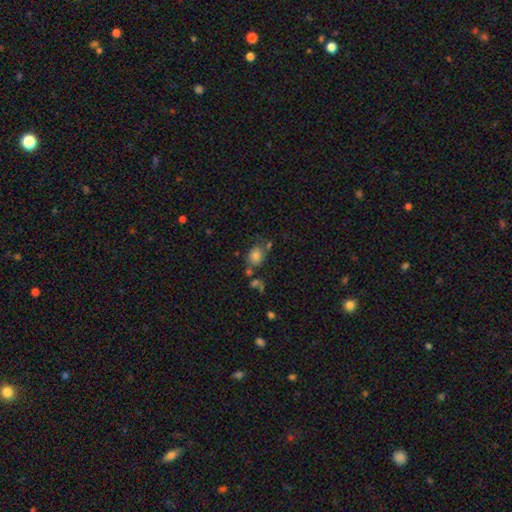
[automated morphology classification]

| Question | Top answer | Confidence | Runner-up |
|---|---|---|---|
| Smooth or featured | smooth | 77% | featured or disk (12%) |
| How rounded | round | 53% | in between (46%) |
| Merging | none | 58% | minor disturbance (18%) |